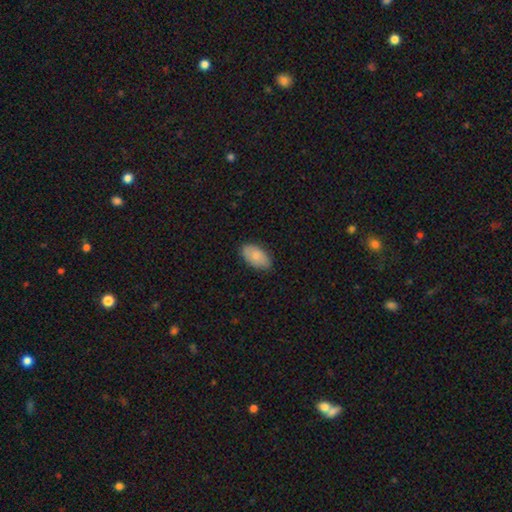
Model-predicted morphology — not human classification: Smooth or featured? Predicted: smooth (p=0.84). How rounded? Predicted: in between (p=0.95). Merging? Predicted: none (p=0.82).